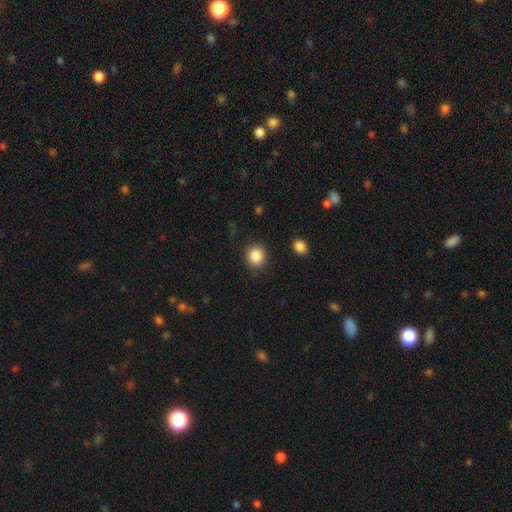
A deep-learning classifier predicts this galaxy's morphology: type=smooth (86%); roundness=round (85%); merging=none (88%).